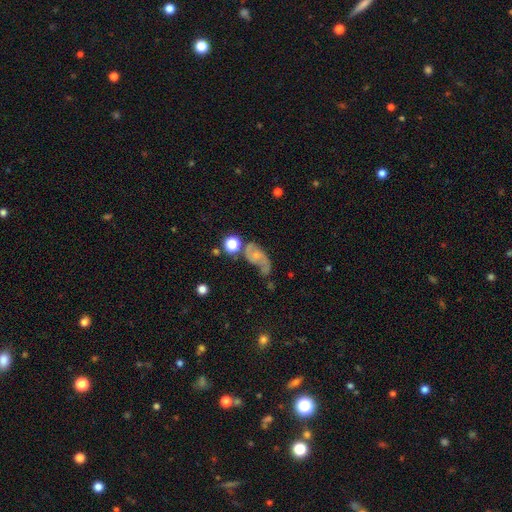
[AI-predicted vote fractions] Overall: featured or disk (62%; smooth 25%). Edge-on disk: no (94%). Bar: no (70%). Spiral arms: yes (84%). Bulge size: small (59%; moderate 26%). Merging: none (42%; minor disturbance 25%).